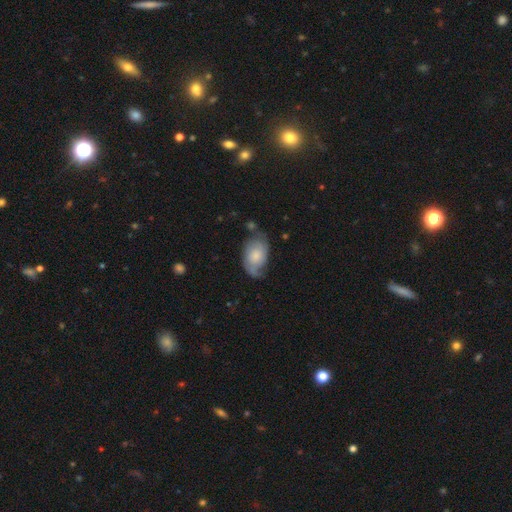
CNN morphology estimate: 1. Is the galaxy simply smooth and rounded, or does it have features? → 51% featured or disk, 42% smooth, 7% star or artifact.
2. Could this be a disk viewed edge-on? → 95% no, 5% yes.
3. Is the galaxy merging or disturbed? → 53% none, 30% minor disturbance, 13% major disturbance, 4% merger.